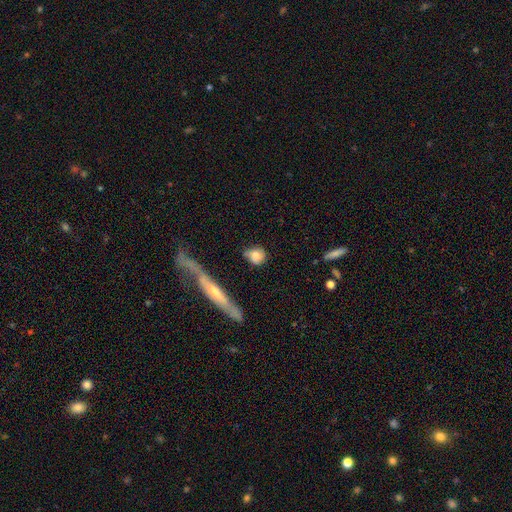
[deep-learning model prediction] The model was most divided on "merging": none: 63%, minor disturbance: 21%, major disturbance: 9%, merger: 7%. More confident: how rounded — round (70%); smooth or featured — smooth (69%).